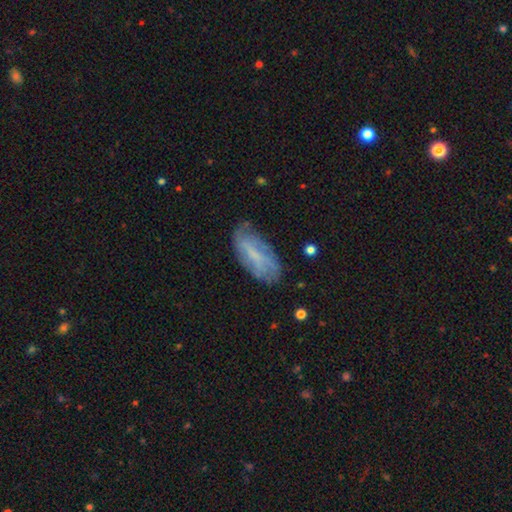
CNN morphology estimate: type=featured or disk (46%, tied with smooth); merging=none (65%).